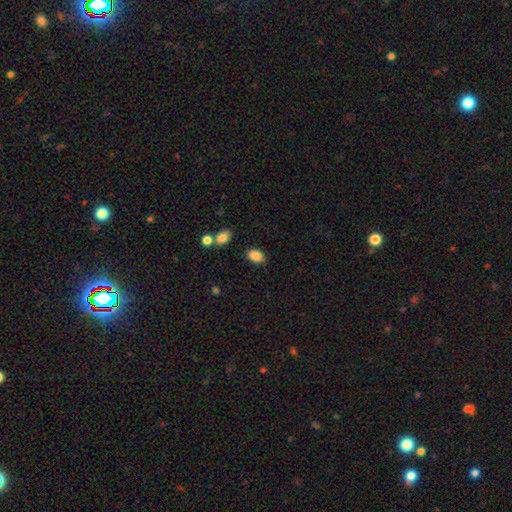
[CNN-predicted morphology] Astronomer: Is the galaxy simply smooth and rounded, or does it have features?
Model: smooth — 86%.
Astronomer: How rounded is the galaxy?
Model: in between — 80%.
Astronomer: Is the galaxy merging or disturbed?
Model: none — 83%.